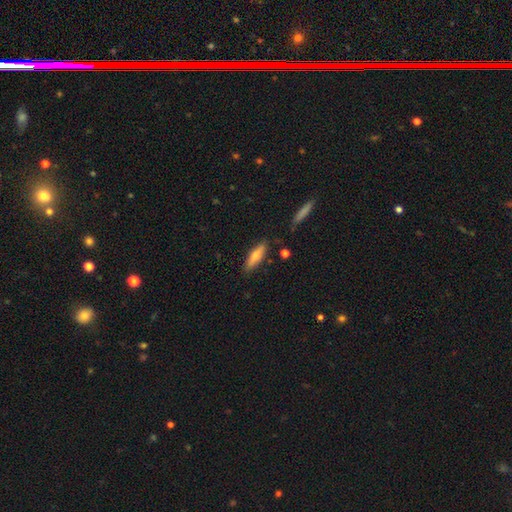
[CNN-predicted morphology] A smooth galaxy with no disk features (63%) that is cigar-shaped (62%). Merging: none (82%).